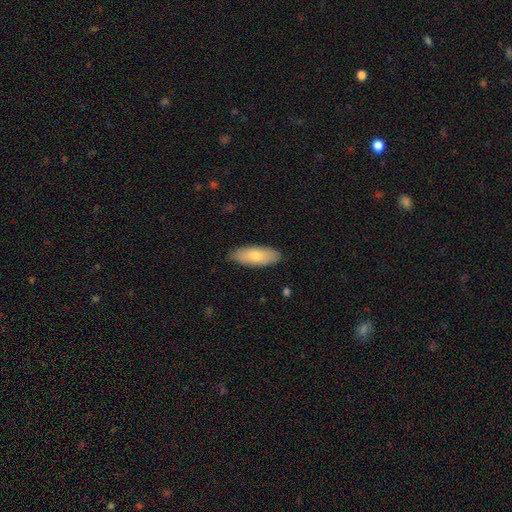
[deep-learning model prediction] A smooth galaxy with no disk features (75%) that is in between round and cigar-shaped (75%).

Vote fractions:
- Smooth or featured? smooth: 75% / featured or disk: 19% / star or artifact: 6%
- How rounded? in between: 75% / cigar-shaped: 23% / round: 2%
- Merging? none: 87% / minor disturbance: 10% / major disturbance: 2% / merger: 1%